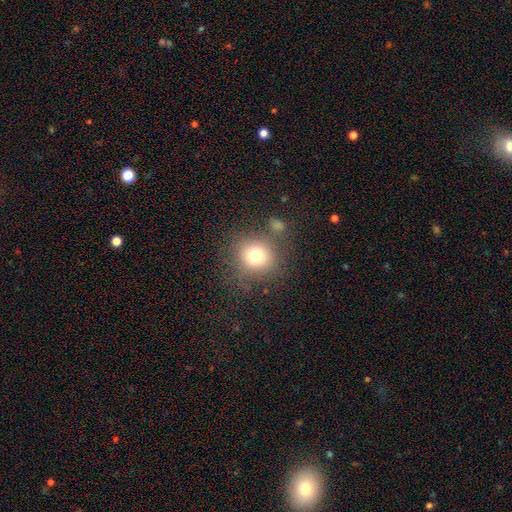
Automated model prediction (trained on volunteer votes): A smooth galaxy with no disk features (74%) that is round (89%).

Vote fractions:
- Smooth or featured? smooth: 74% / star or artifact: 15% / featured or disk: 12%
- How rounded? round: 89% / in between: 10% / cigar-shaped: 1%
- Merging? none: 73% / minor disturbance: 12% / major disturbance: 7% / merger: 7%